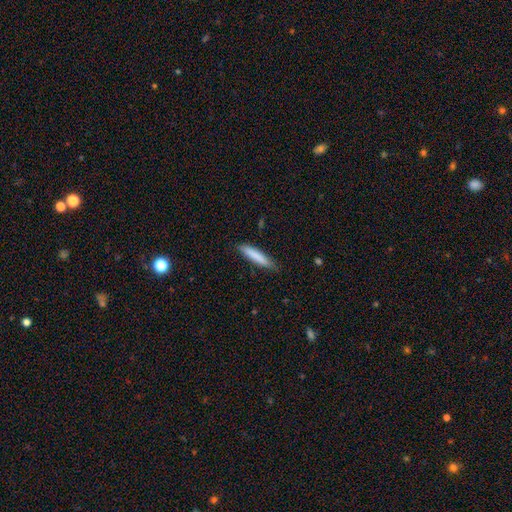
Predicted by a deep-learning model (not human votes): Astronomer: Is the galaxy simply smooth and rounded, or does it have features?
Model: smooth — 83%.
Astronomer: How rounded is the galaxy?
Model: cigar-shaped — 85%.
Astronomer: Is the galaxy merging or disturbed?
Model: none — 82%.